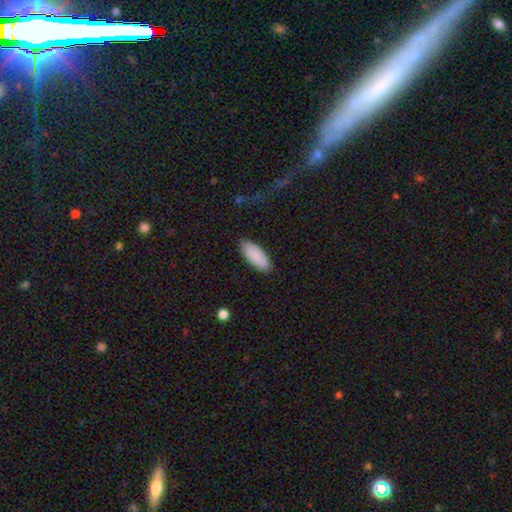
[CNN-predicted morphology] Smooth or featured? Predicted: smooth (p=0.90). How rounded? Predicted: in between (p=0.82). Merging? Predicted: none (p=0.86).